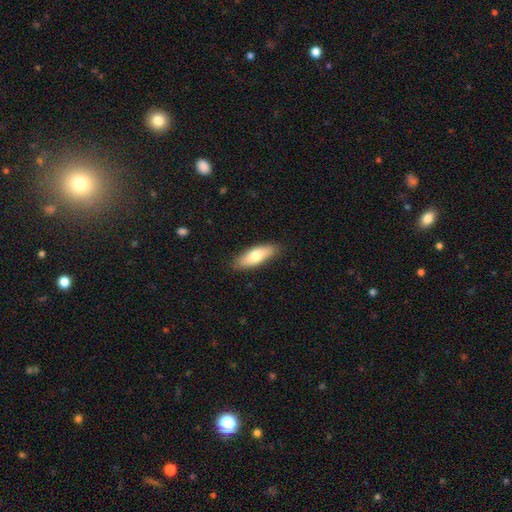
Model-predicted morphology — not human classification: smooth_or_featured: smooth (p=0.73) [alt: featured or disk p=0.22]
how_rounded: in between (p=0.61) [alt: cigar-shaped p=0.37]
merging: none (p=0.86) [alt: minor disturbance p=0.11]